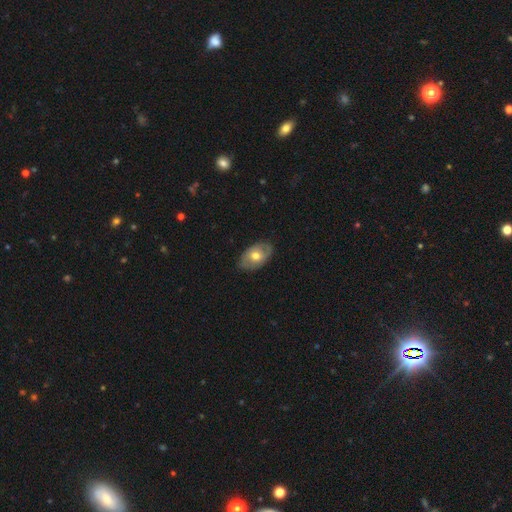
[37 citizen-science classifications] Smooth or featured? featured or disk (62%)
Edge-on disk? no (87%)
Bar? no (80%)
Spiral arms? no (80%)
Bulge size? moderate (65%)
Merging? none (79%)